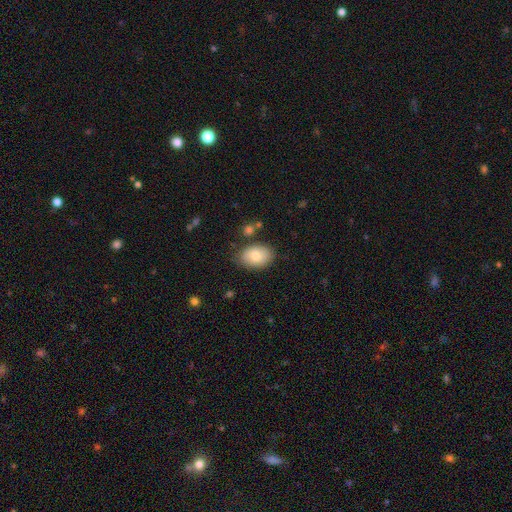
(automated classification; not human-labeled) Overall: smooth (78%). How rounded: in between (82%). Merging: none (77%).